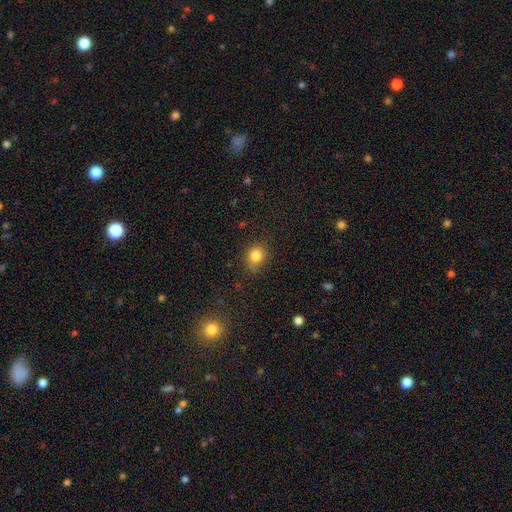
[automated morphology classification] Q: Smooth or featured?
A: smooth (83%); runner-up: star or artifact (11%)
Q: How rounded?
A: round (53%); runner-up: in between (46%)
Q: Merging?
A: none (79%); runner-up: minor disturbance (15%)